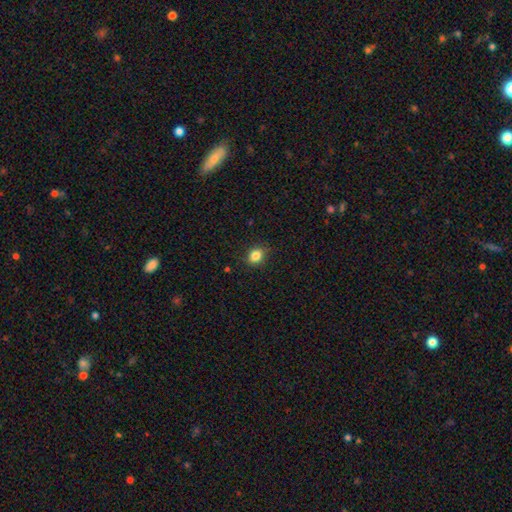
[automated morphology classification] smooth 85%, star or artifact 10%, featured or disk 5%. Down the decision tree: how rounded — round (56%); merging — none (85%).